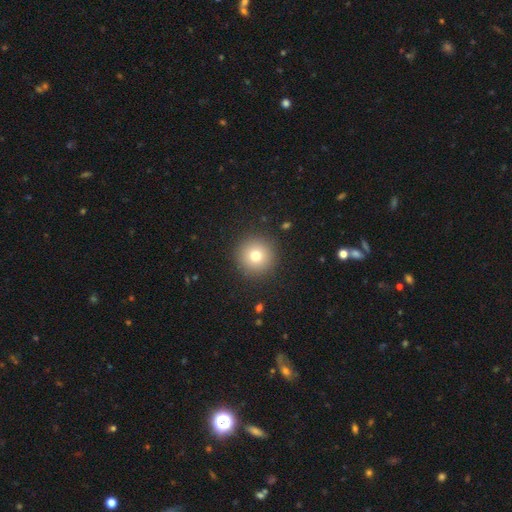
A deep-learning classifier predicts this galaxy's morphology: Smooth or featured? Predicted: smooth (p=0.77). How rounded? Predicted: round (p=0.96). Merging? Predicted: none (p=0.91).